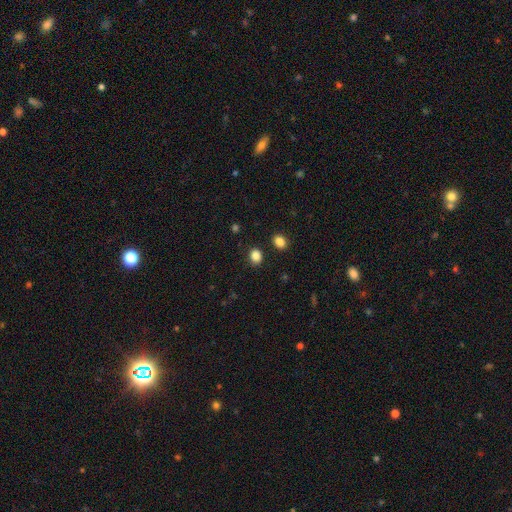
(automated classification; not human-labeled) A smooth galaxy with no disk features (85%) that is round (57%).

Vote fractions:
- Smooth or featured? smooth: 85% / star or artifact: 11% / featured or disk: 3%
- How rounded? round: 57% / in between: 42% / cigar-shaped: 1%
- Merging? none: 86% / minor disturbance: 8% / merger: 4% / major disturbance: 3%